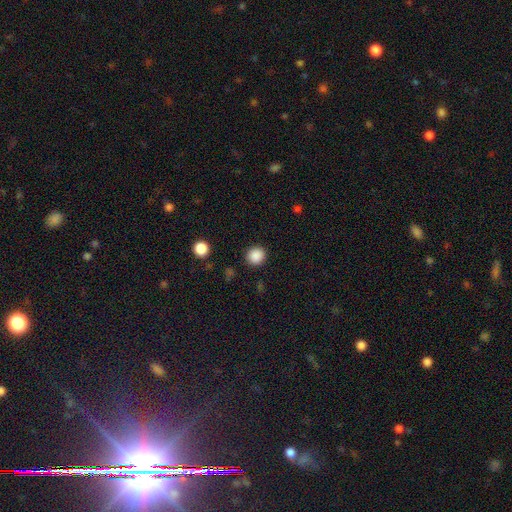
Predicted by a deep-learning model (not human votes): Smooth or featured: smooth — 87% (star or artifact — 10%)
How rounded: round — 91% (in between — 8%)
Merging: none — 90% (minor disturbance — 6%)